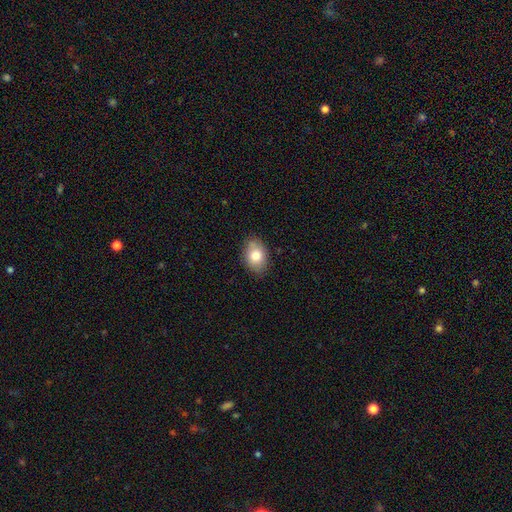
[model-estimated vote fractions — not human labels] This is likely a smooth galaxy (79%). How rounded: likely in between (80%). Merging: clearly none (83%).